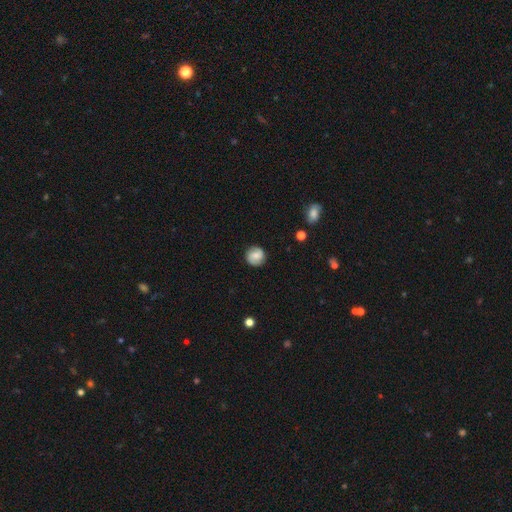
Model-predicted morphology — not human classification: The model was most divided on "smooth or featured": smooth: 63%, featured or disk: 29%, star or artifact: 8%. More confident: how rounded — round (89%); merging — none (85%).